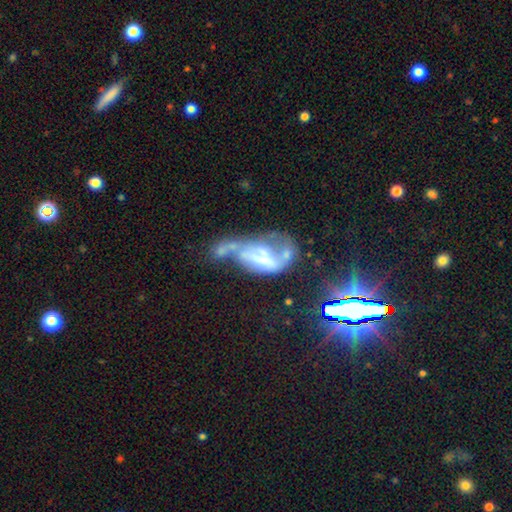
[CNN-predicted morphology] This is likely a featured or disk galaxy (61%). It is clearly not viewed edge-on (94%). Bar: possibly no (53%). Spiral arm pattern: possibly yes (59%). Central bulge: marginally small (36%). Merging: marginally major disturbance (36%).